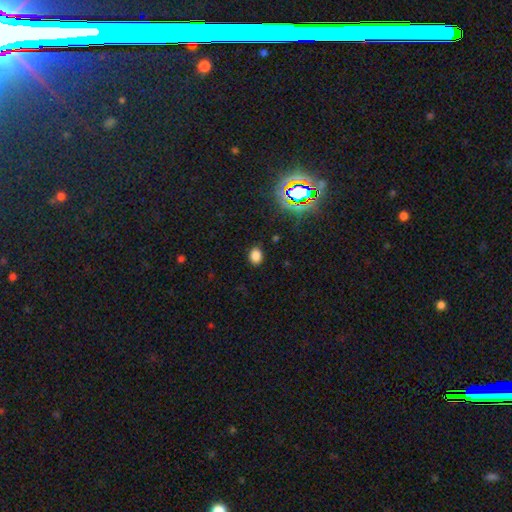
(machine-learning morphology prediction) smooth 79%, star or artifact 16%, featured or disk 5%. Down the decision tree: how rounded — in between (57%); merging — none (87%).